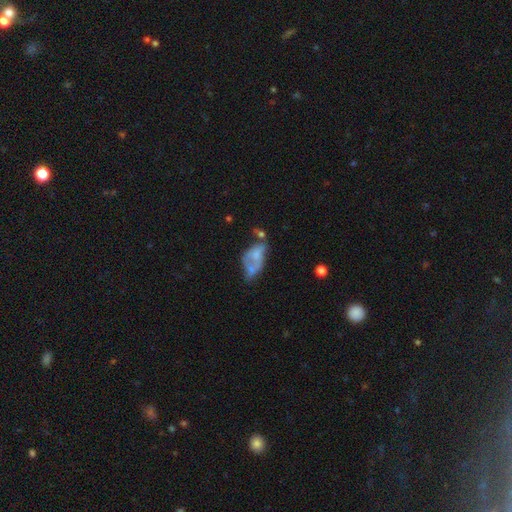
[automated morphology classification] This appears to be a smooth galaxy with no disk features (47%). Merging: merger (38%).